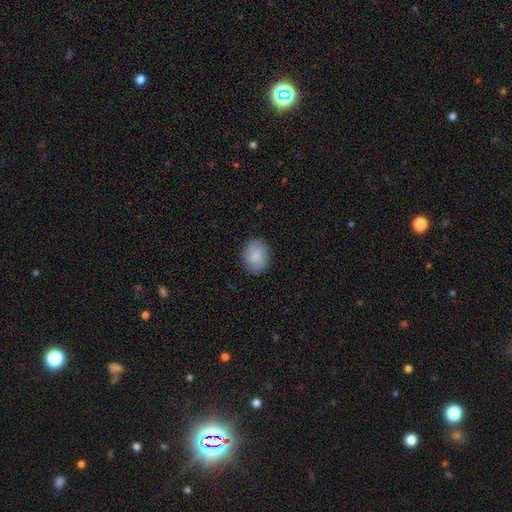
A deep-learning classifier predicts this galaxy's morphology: Smooth or featured: smooth — 87% (star or artifact — 7%)
How rounded: round — 56% (in between — 43%)
Merging: none — 85% (minor disturbance — 11%)